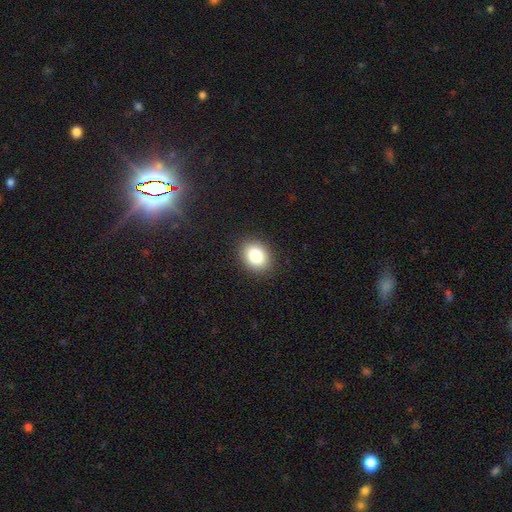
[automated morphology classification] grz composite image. It shows a smooth galaxy with no disk features (85%) that is in between round and cigar-shaped (56%). Merging: none (89%).